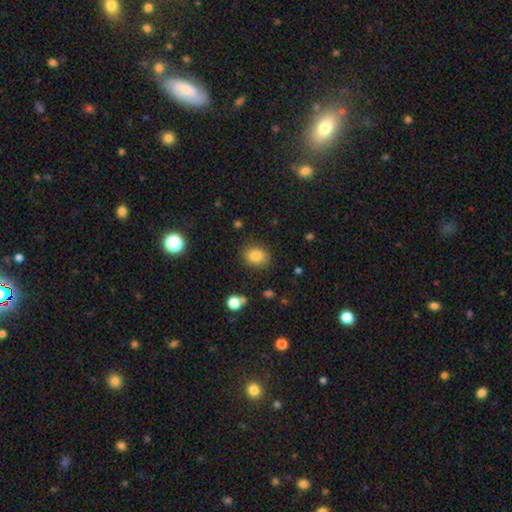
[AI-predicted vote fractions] A smooth galaxy with no disk features (82%) that is in between round and cigar-shaped (52%).

Vote fractions:
- Smooth or featured? smooth: 82% / star or artifact: 11% / featured or disk: 7%
- How rounded? in between: 52% / round: 47% / cigar-shaped: 1%
- Merging? none: 85% / minor disturbance: 10% / major disturbance: 3% / merger: 2%